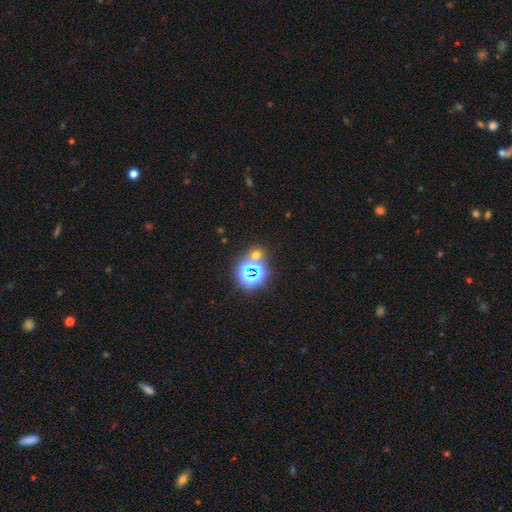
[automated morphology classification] type=star or artifact (49%).